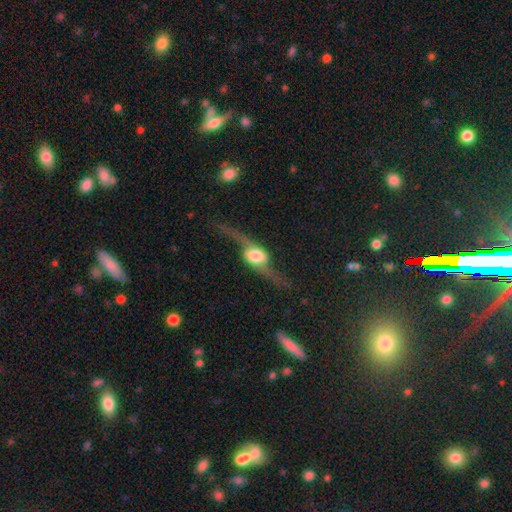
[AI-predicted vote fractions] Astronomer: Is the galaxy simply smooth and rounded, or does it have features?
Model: featured or disk — 83%.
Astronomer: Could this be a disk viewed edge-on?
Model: yes — 62% (runner-up: no, 38%).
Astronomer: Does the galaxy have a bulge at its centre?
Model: rounded — 90%.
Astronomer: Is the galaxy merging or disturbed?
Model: none — 63%.